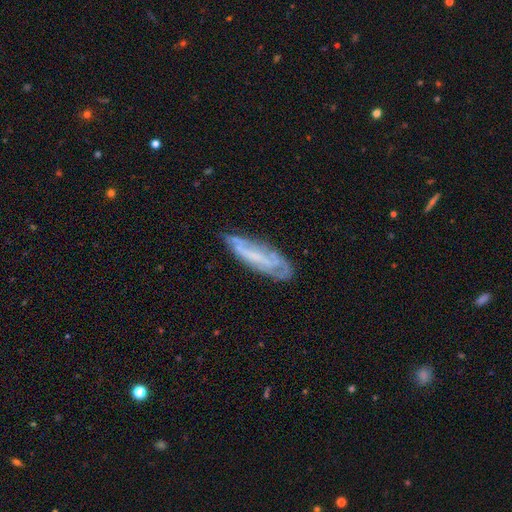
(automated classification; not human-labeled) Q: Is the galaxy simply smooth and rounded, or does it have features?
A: featured or disk — 59%.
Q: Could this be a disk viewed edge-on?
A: no — 69%.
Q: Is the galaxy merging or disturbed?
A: none — 61%.